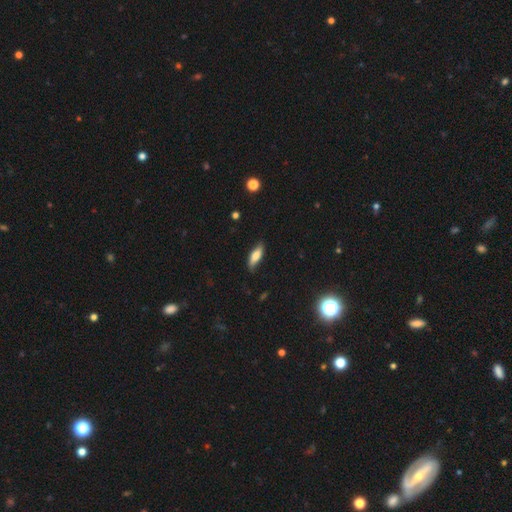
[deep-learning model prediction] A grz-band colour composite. It shows a smooth galaxy with no disk features (70%) that is in between round and cigar-shaped (59%). Merging: none (75%).